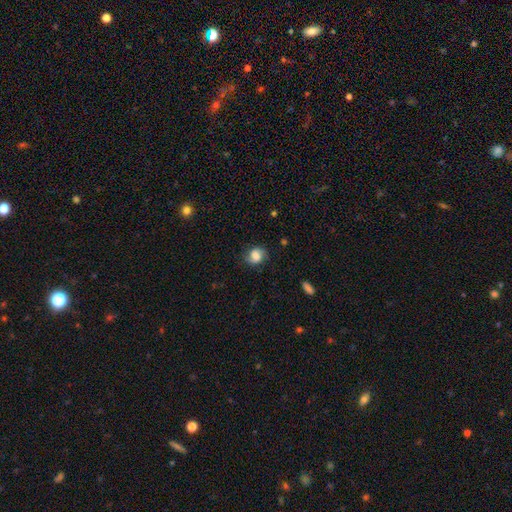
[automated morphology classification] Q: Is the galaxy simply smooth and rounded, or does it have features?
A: smooth — 66%.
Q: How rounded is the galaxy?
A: round — 60%.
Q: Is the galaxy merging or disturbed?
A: none — 71%.